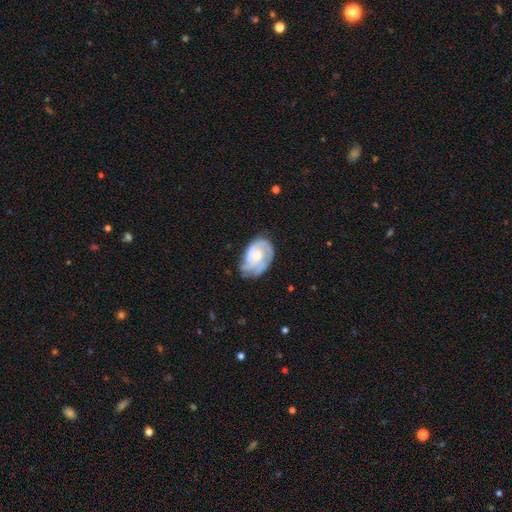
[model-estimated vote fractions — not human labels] Overall: featured or disk (79%). Edge-on disk: no (97%). Bar: no (76%). Spiral arms: yes (90%). Spiral arm count: 3 (30%; can't tell 29%). Spiral winding: tight (54%; medium 35%). Bulge size: moderate (64%; small 27%). Merging: none (52%; minor disturbance 30%).